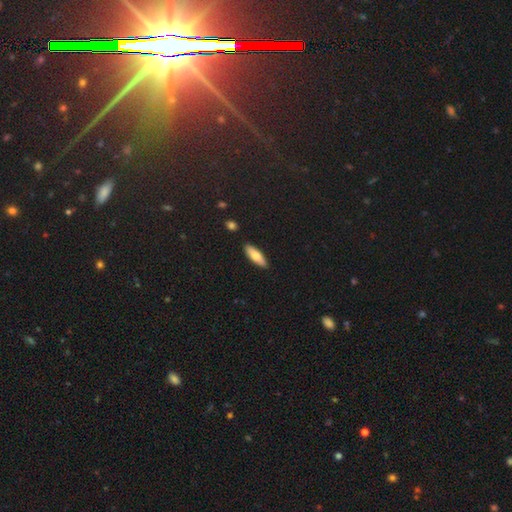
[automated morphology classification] A smooth galaxy with no disk features (66%) that is in between round and cigar-shaped (50%).

Vote fractions:
- Smooth or featured? smooth: 66% / featured or disk: 29% / star or artifact: 6%
- How rounded? in between: 50% / cigar-shaped: 48% / round: 2%
- Merging? none: 90% / minor disturbance: 7% / major disturbance: 2% / merger: 1%